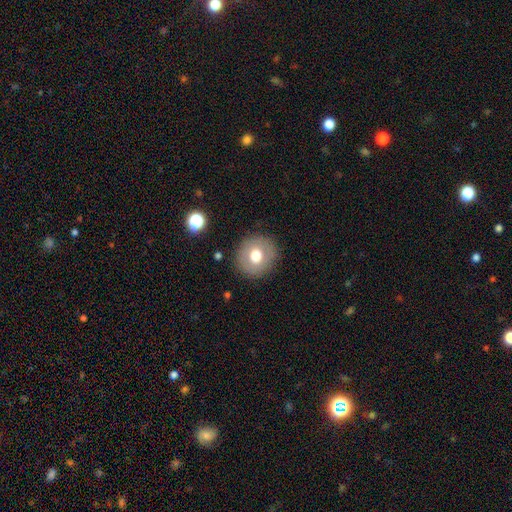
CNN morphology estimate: smooth 69%, featured or disk 22%, star or artifact 10%. Down the decision tree: how rounded — round (87%); merging — none (87%).